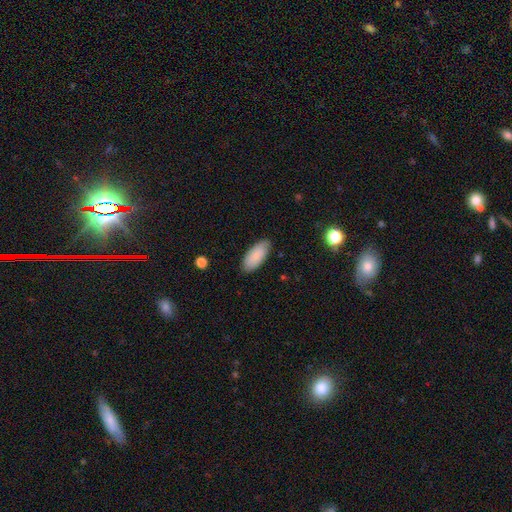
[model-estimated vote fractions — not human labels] Smooth or featured? Predicted: smooth (p=0.87). How rounded? Predicted: in between (p=0.87). Merging? Predicted: none (p=0.86).